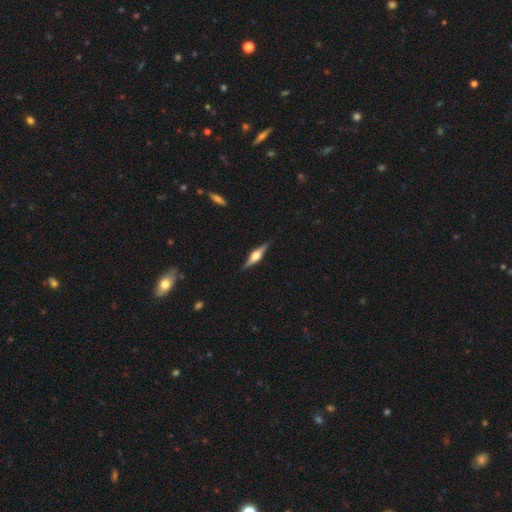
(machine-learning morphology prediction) This appears to be a featured or disk galaxy (77%) viewed edge-on (98%) with a rounded central bulge (93%). Merging: none (90%).